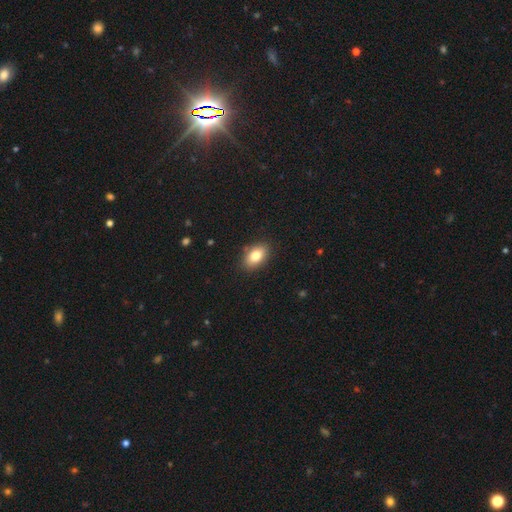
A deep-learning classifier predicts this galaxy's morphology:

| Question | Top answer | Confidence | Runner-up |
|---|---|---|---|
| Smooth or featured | smooth | 81% | featured or disk (11%) |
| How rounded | in between | 88% | round (10%) |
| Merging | none | 86% | minor disturbance (10%) |